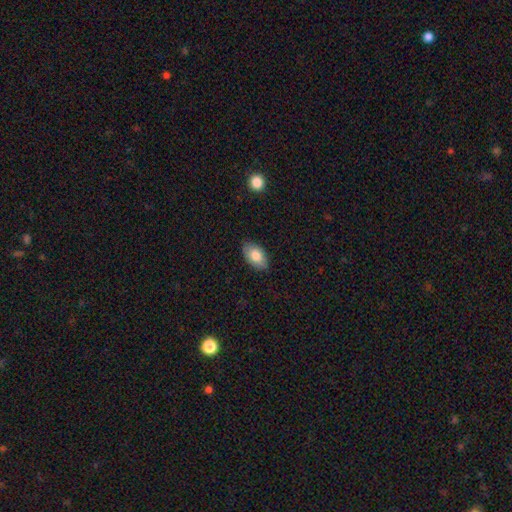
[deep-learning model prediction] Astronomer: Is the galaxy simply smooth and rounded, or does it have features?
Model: smooth — 79%.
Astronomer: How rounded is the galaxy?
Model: in between — 93%.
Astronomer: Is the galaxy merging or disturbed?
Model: none — 84%.